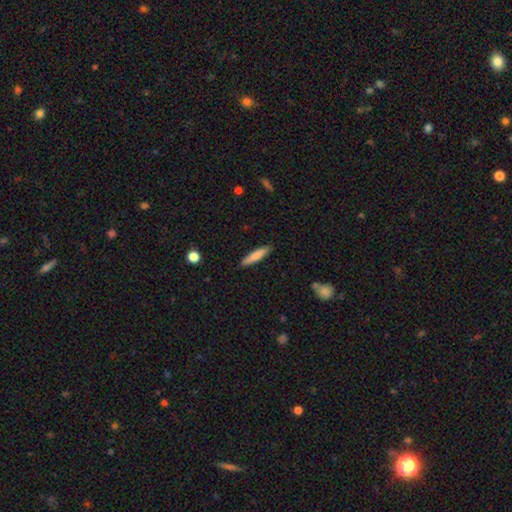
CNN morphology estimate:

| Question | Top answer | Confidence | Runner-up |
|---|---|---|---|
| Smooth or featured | smooth | 78% | featured or disk (16%) |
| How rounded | cigar-shaped | 84% | in between (14%) |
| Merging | none | 88% | minor disturbance (9%) |